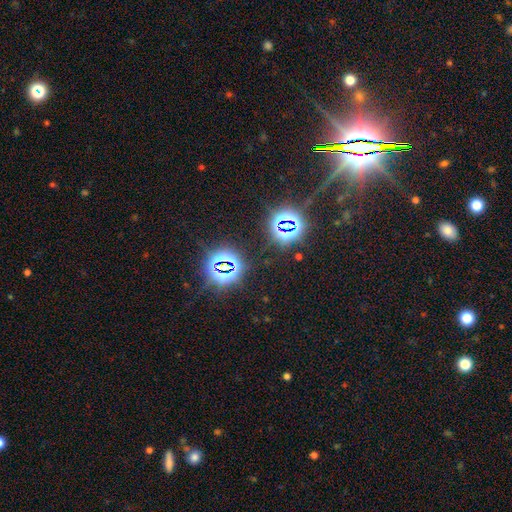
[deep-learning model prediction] Smooth or featured? star or artifact (84%)